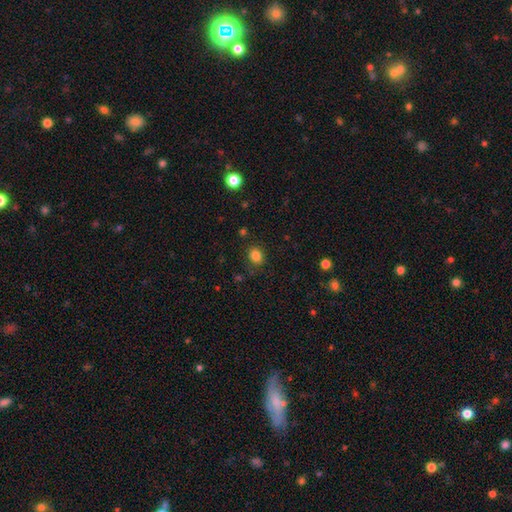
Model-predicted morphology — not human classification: The model was most divided on "how rounded": round: 59%, in between: 40%, cigar-shaped: 1%. More confident: smooth or featured — smooth (83%); merging — none (82%).